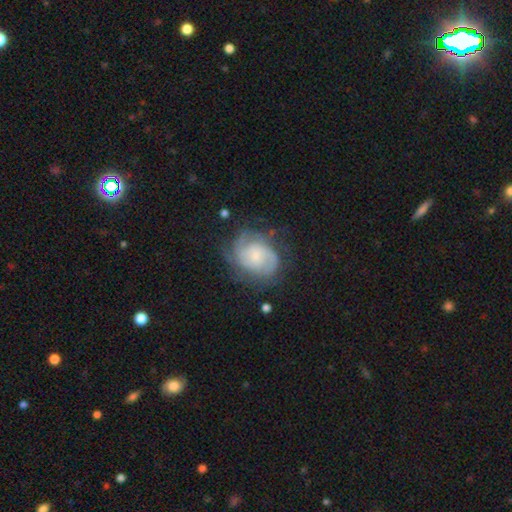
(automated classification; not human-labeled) Q: Smooth or featured?
A: featured or disk (77%); runner-up: smooth (16%)
Q: Edge-on disk?
A: no (98%); runner-up: yes (2%)
Q: Bar?
A: no (67%); runner-up: weak (28%)
Q: Spiral arms?
A: yes (93%); runner-up: no (7%)
Q: Spiral winding?
A: tight (48%); runner-up: medium (40%)
Q: Spiral arm count?
A: 2 (39%); runner-up: can't tell (27%)
Q: Bulge size?
A: small (63%); runner-up: moderate (26%)
Q: Merging?
A: none (63%); runner-up: minor disturbance (22%)